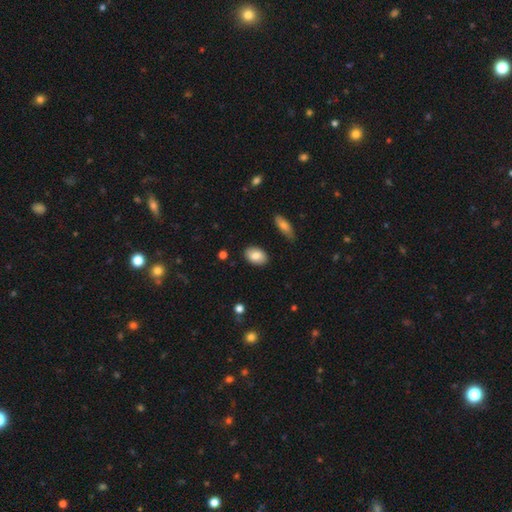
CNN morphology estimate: Q: Smooth or featured?
A: smooth (83%); runner-up: featured or disk (11%)
Q: How rounded?
A: in between (87%); runner-up: round (12%)
Q: Merging?
A: none (87%); runner-up: minor disturbance (9%)